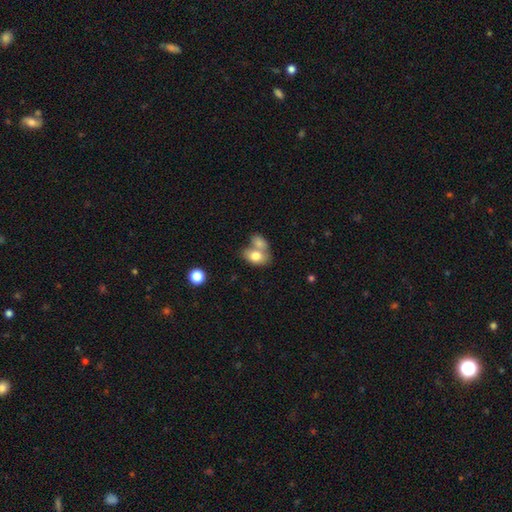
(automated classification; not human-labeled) This appears to be a smooth galaxy with no disk features (78%) that is in between round and cigar-shaped (83%). Merging: merger (59%).